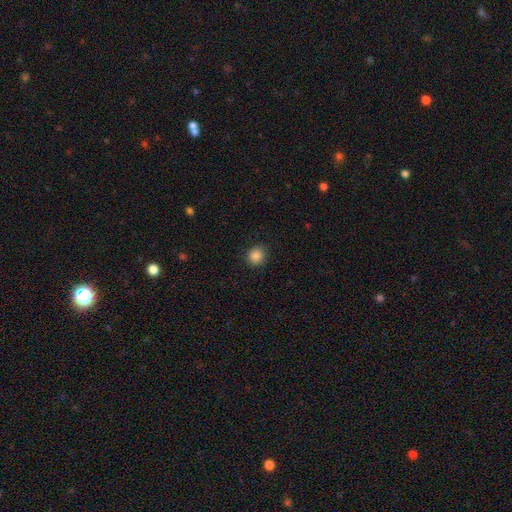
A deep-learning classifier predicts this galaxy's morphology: smooth 87%, star or artifact 11%, featured or disk 3%. Down the decision tree: how rounded — round (89%); merging — none (88%).